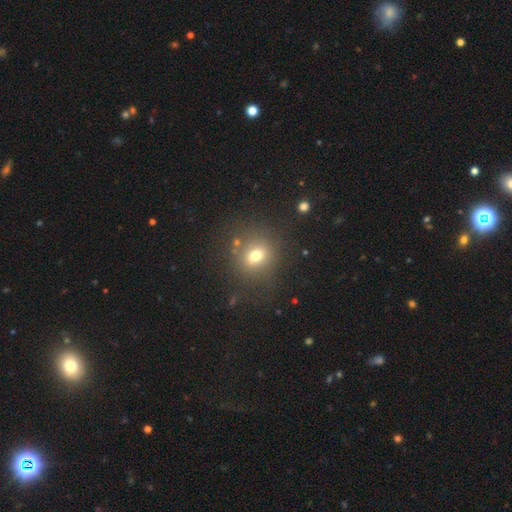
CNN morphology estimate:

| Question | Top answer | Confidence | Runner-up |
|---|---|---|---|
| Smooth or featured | smooth | 70% | star or artifact (17%) |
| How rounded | round | 72% | in between (27%) |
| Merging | none | 78% | minor disturbance (11%) |